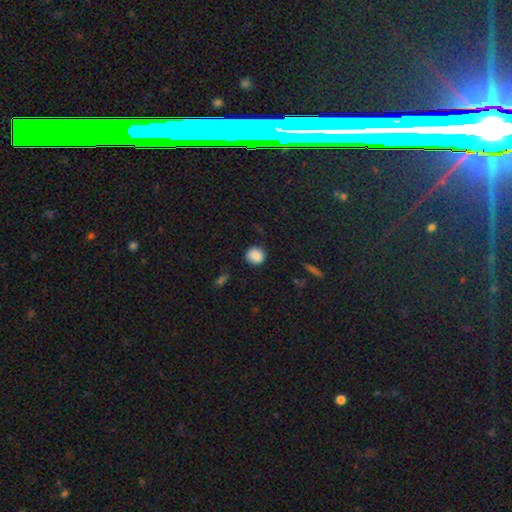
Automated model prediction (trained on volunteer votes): Smooth or featured?
  - smooth: 87% *
  - star or artifact: 9%
  - featured or disk: 4%
How rounded?
  - round: 84% *
  - in between: 15%
  - cigar-shaped: 1%
Merging?
  - none: 86% *
  - minor disturbance: 10%
  - major disturbance: 3%
  - merger: 1%